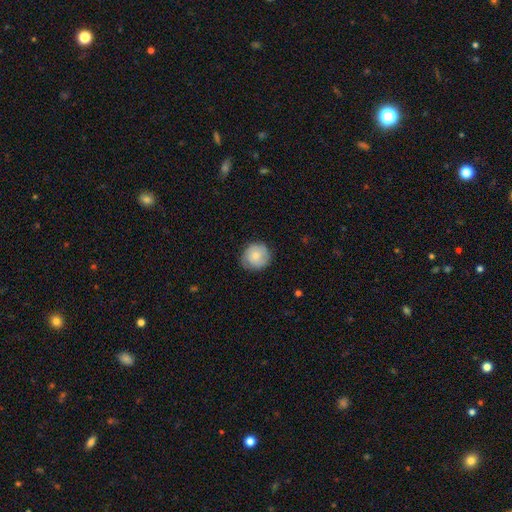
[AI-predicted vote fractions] smooth-or-featured: smooth: 73% | featured or disk: 21% | star or artifact: 7%
  how-rounded: round: 91% | in between: 8% | cigar-shaped: 1%
  merging: none: 79% | minor disturbance: 17% | major disturbance: 3% | merger: 1%